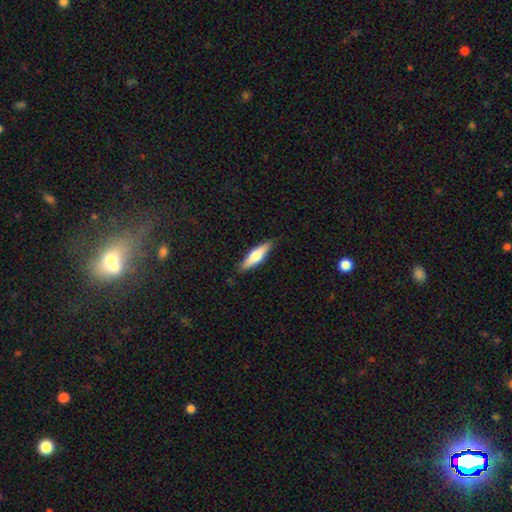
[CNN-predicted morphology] Smooth or featured?
  - smooth: 52% *
  - featured or disk: 43%
  - star or artifact: 5%
How rounded?
  - cigar-shaped: 64% *
  - in between: 34%
  - round: 2%
Merging?
  - none: 87% *
  - minor disturbance: 10%
  - major disturbance: 2%
  - merger: 1%